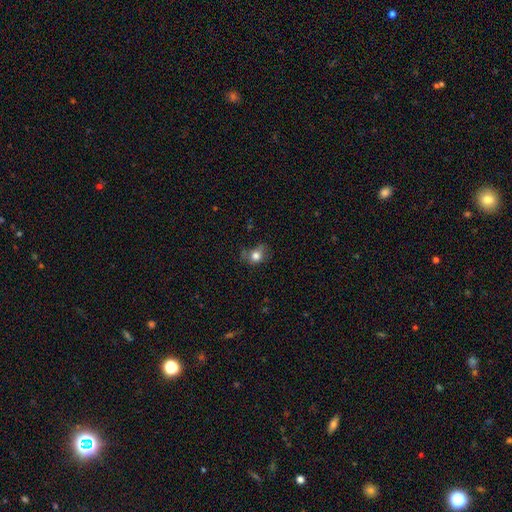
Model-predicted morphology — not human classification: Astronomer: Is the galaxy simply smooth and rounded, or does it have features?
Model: smooth — 77%.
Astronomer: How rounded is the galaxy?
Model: round — 51% (runner-up: in between, 47%).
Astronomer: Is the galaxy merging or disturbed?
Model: none — 48% (runner-up: minor disturbance, 33%).